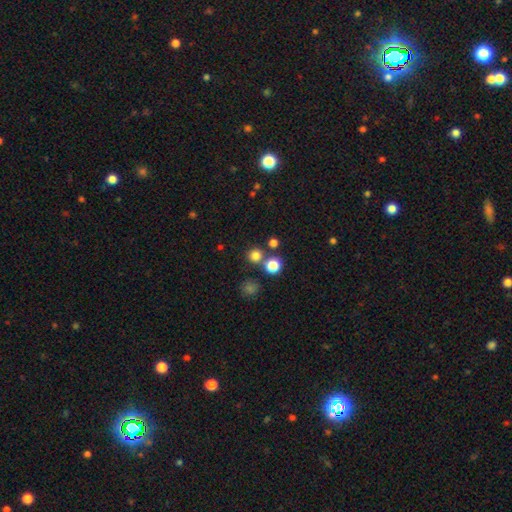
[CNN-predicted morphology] The model was most divided on "merging": none: 74%, merger: 16%, minor disturbance: 7%, major disturbance: 3%. More confident: how rounded — round (92%); smooth or featured — smooth (77%).